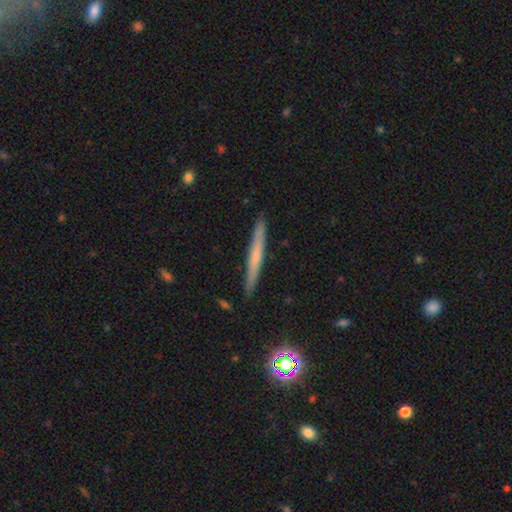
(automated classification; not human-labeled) This is possibly a smooth galaxy (52%). How rounded: clearly cigar-shaped (96%). Merging: clearly none (91%).